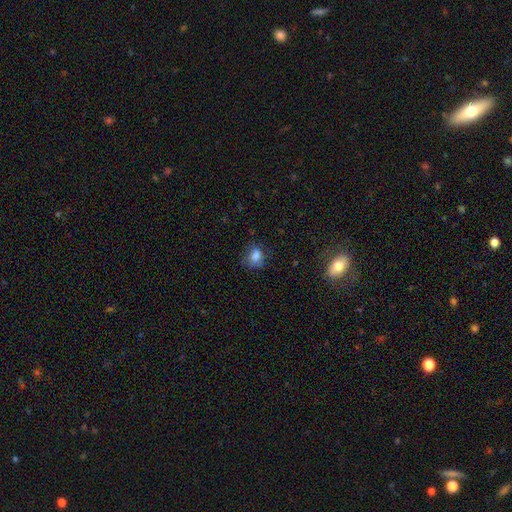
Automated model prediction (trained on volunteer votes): This is likely a smooth galaxy (79%). How rounded: possibly in between (51%). Merging: likely none (61%).